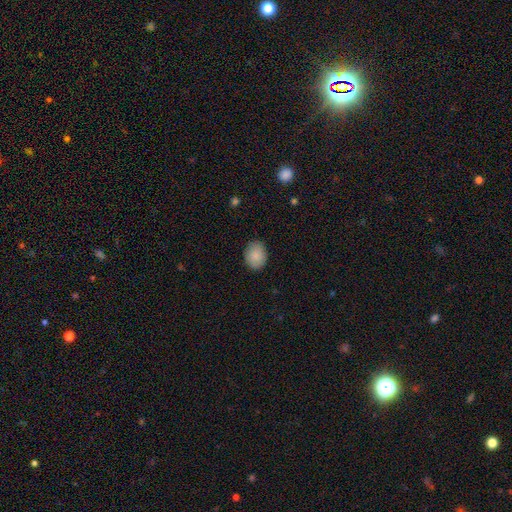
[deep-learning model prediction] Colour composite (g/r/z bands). It shows a smooth galaxy with no disk features (88%) that is in between round and cigar-shaped (57%). Merging: none (87%).